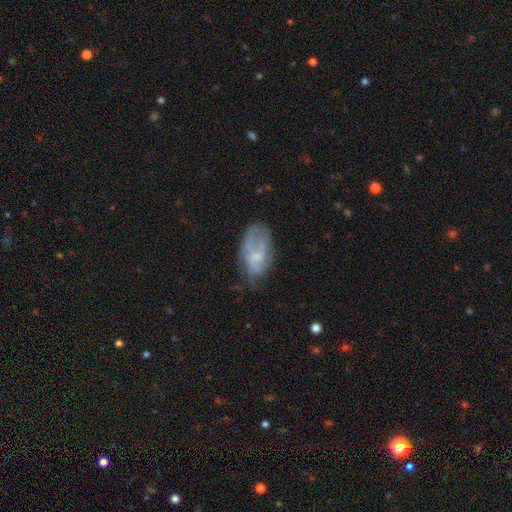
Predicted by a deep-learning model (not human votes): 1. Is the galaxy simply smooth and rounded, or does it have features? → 48% featured or disk, 44% smooth, 9% star or artifact.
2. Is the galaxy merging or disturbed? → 46% none, 31% minor disturbance, 20% major disturbance, 3% merger.